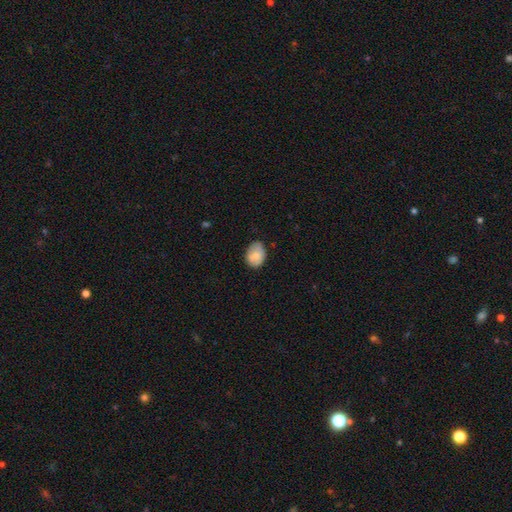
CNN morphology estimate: type=smooth (79%); roundness=in between (71%); merging=none (69%).